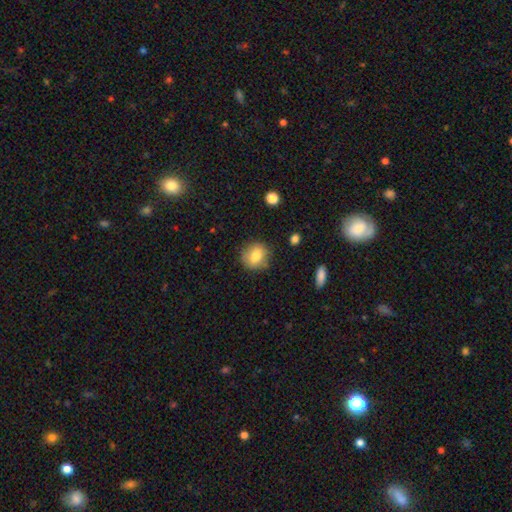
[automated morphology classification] Smooth or featured? Predicted: smooth (p=0.80). How rounded? Predicted: round (p=0.76). Merging? Predicted: none (p=0.81).